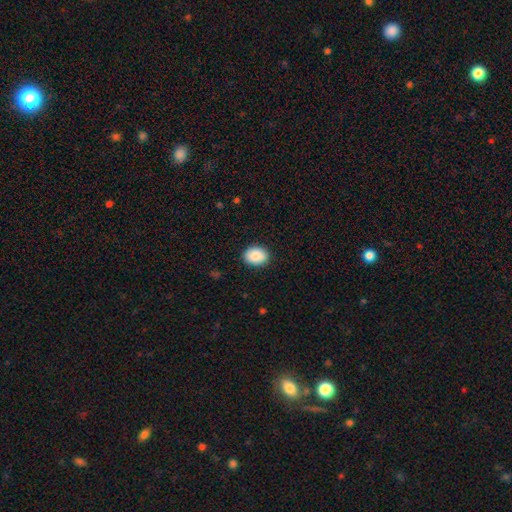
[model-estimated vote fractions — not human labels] Smooth or featured?
  - smooth: 89% *
  - star or artifact: 7%
  - featured or disk: 4%
How rounded?
  - in between: 66% *
  - round: 34%
  - cigar-shaped: 1%
Merging?
  - none: 89% *
  - minor disturbance: 8%
  - major disturbance: 2%
  - merger: 1%